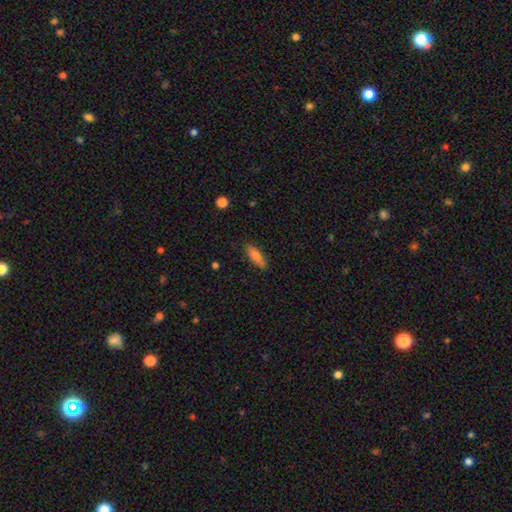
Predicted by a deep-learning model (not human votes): Morphology: type=smooth (76%); roundness=cigar-shaped (55%); merging=none (83%).